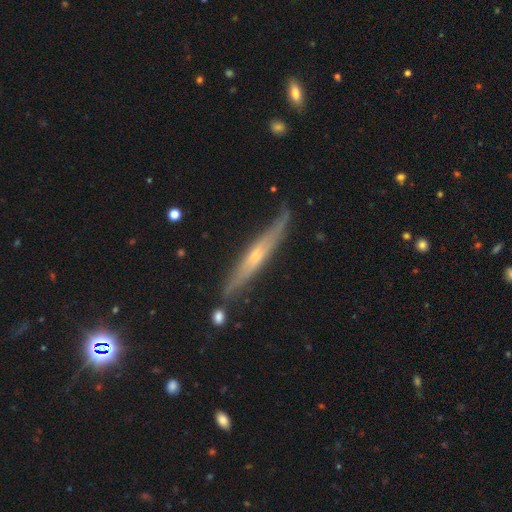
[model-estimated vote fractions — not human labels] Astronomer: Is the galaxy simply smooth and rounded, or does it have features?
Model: featured or disk — 69%.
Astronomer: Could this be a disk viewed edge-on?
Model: yes — 93%.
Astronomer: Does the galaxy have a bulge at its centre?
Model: rounded — 71%.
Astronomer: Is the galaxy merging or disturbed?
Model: none — 81%.